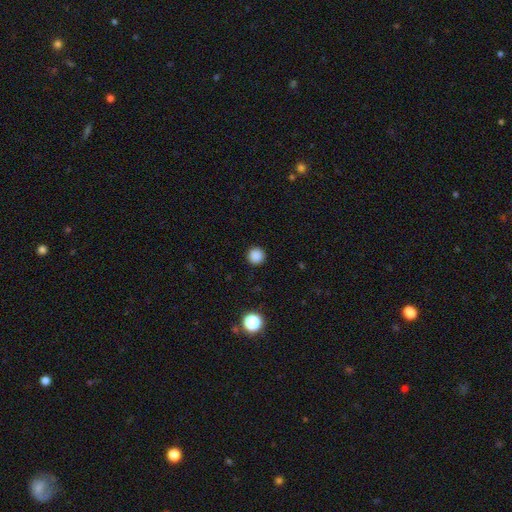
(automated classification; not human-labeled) The model was most divided on "smooth or featured": smooth: 86%, star or artifact: 11%, featured or disk: 2%. More confident: how rounded — round (96%); merging — none (93%).